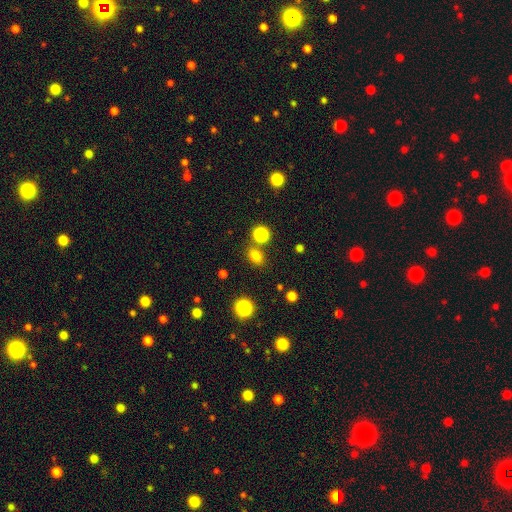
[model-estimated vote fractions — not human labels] smooth_or_featured: smooth (p=0.76) [alt: star or artifact p=0.18]
how_rounded: in between (p=0.58) [alt: round p=0.41]
merging: none (p=0.75) [alt: merger p=0.11]